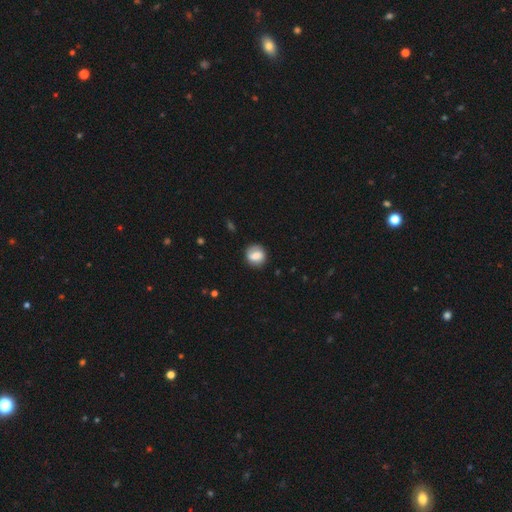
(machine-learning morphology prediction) Overall: smooth (69%). How rounded: round (75%). Merging: none (81%).